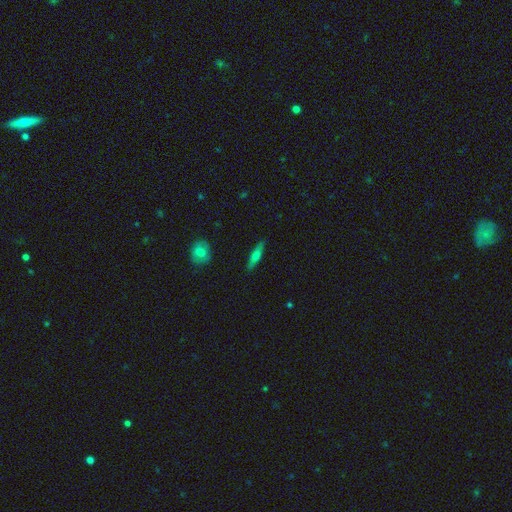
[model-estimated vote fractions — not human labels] Q: Smooth or featured?
A: smooth (55%); runner-up: featured or disk (38%)
Q: How rounded?
A: cigar-shaped (83%); runner-up: in between (15%)
Q: Merging?
A: none (89%); runner-up: minor disturbance (8%)